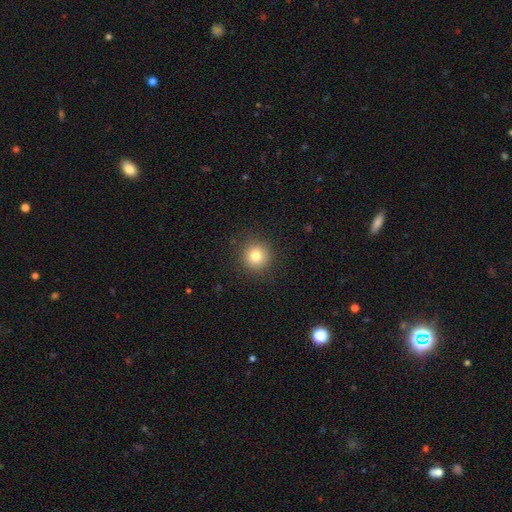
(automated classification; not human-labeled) A smooth galaxy with no disk features (80%) that is round (94%).

Vote fractions:
- Smooth or featured? smooth: 80% / star or artifact: 12% / featured or disk: 8%
- How rounded? round: 94% / in between: 5% / cigar-shaped: 1%
- Merging? none: 90% / minor disturbance: 6% / major disturbance: 3% / merger: 1%